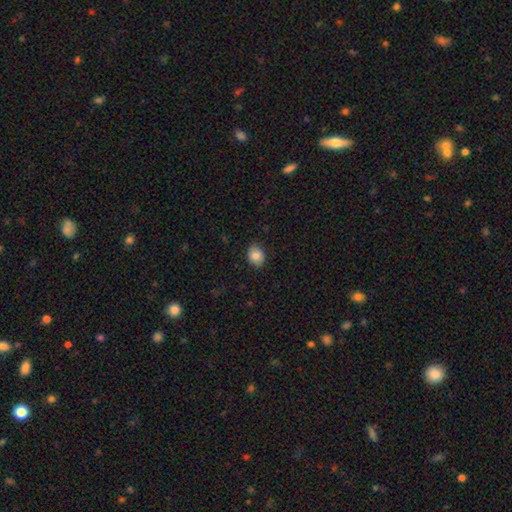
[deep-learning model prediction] Smooth or featured? smooth (84%)
How rounded? round (51%)
Merging? none (86%)